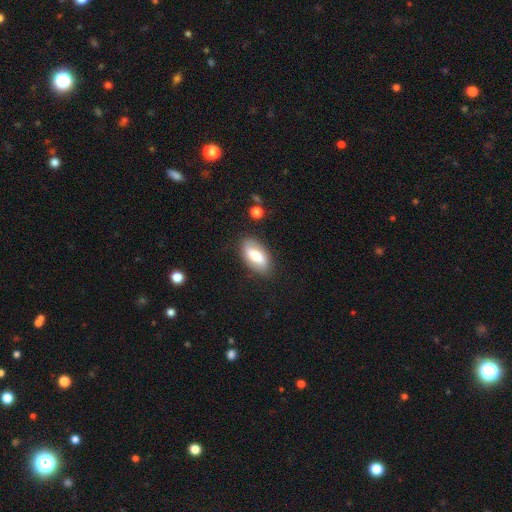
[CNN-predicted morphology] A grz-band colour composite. It shows a smooth galaxy with no disk features (64%) that is in between round and cigar-shaped (92%). Merging: none (78%).